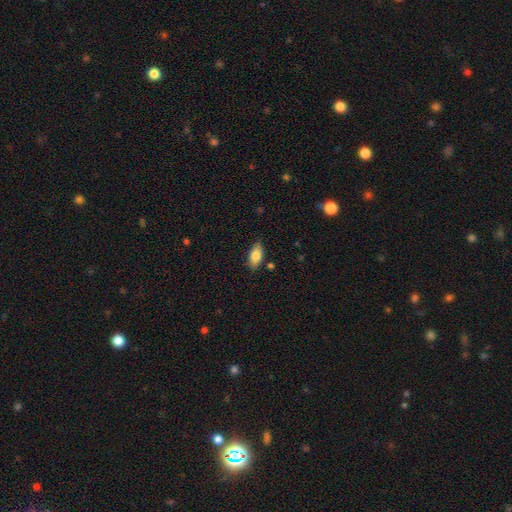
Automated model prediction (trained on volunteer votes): This appears to be a smooth galaxy with no disk features (82%) that is in between round and cigar-shaped (90%). Merging: none (84%).